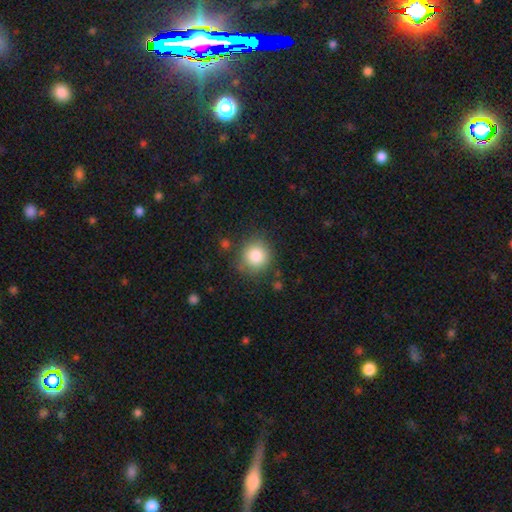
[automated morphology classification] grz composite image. It shows a smooth galaxy with no disk features (83%) that is round (91%). Merging: none (82%).